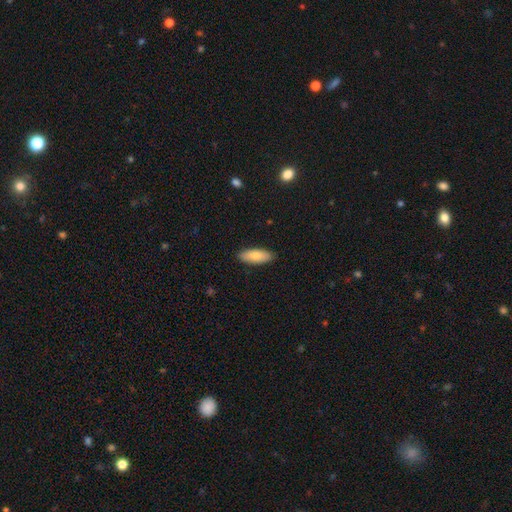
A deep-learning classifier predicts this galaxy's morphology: Smooth or featured? Predicted: smooth (p=0.81). How rounded? Predicted: in between (p=0.71). Merging? Predicted: none (p=0.89).